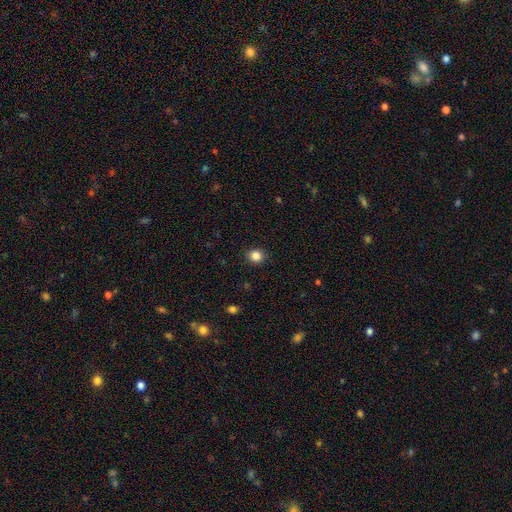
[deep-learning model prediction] Smooth or featured? smooth (85%)
How rounded? round (80%)
Merging? none (89%)